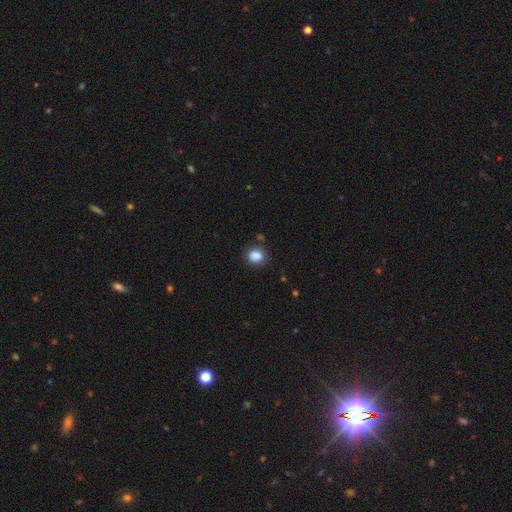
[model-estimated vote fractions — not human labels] Smooth or featured?
  - smooth: 86% *
  - star or artifact: 10%
  - featured or disk: 4%
How rounded?
  - round: 72% *
  - in between: 27%
  - cigar-shaped: 1%
Merging?
  - none: 80% *
  - minor disturbance: 13%
  - major disturbance: 4%
  - merger: 3%